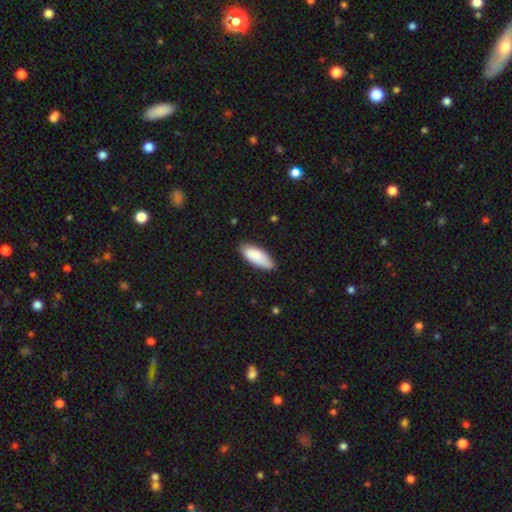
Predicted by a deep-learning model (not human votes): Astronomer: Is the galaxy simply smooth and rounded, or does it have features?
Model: smooth — 86%.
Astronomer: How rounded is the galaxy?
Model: in between — 77%.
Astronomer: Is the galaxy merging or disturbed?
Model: none — 76%.